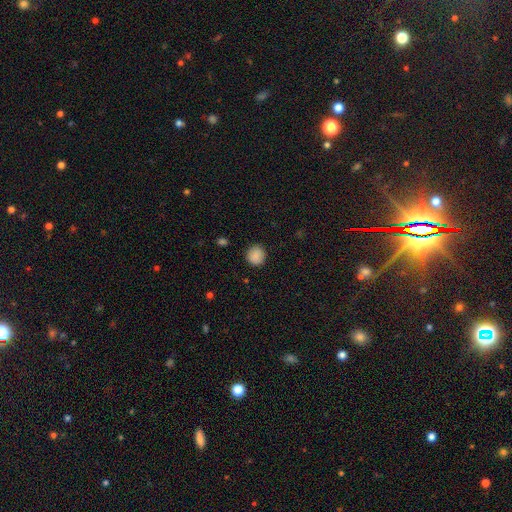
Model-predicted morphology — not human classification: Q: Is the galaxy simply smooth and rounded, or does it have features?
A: smooth — 88%.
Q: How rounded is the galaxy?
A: round — 91%.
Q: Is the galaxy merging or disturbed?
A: none — 89%.